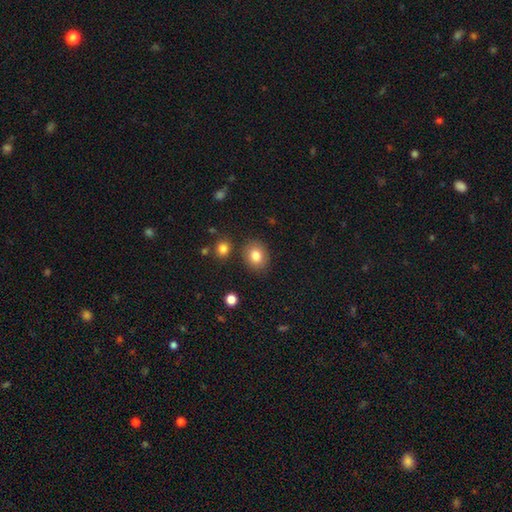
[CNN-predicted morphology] A smooth galaxy with no disk features (83%) that is round (58%). Merging: none (84%).